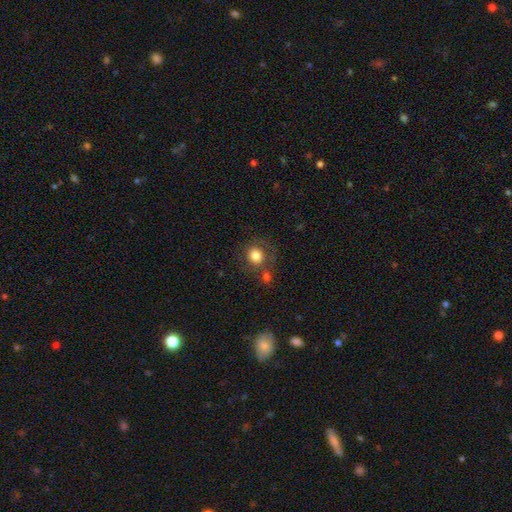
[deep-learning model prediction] Q: Smooth or featured?
A: smooth (80%); runner-up: featured or disk (10%)
Q: How rounded?
A: round (83%); runner-up: in between (16%)
Q: Merging?
A: none (60%); runner-up: merger (18%)